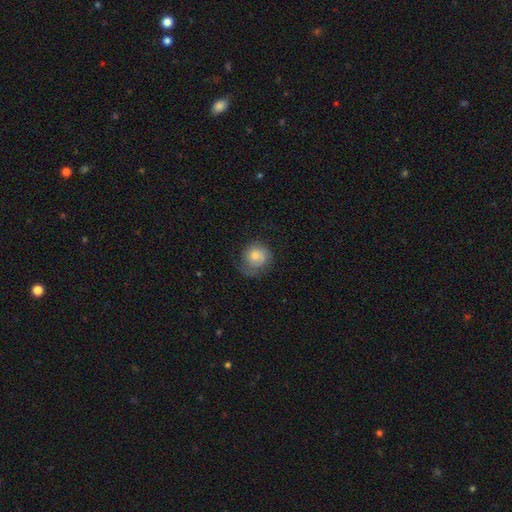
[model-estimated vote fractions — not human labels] Q: Smooth or featured?
A: smooth (65%); runner-up: featured or disk (27%)
Q: How rounded?
A: round (83%); runner-up: in between (17%)
Q: Merging?
A: none (57%); runner-up: minor disturbance (26%)